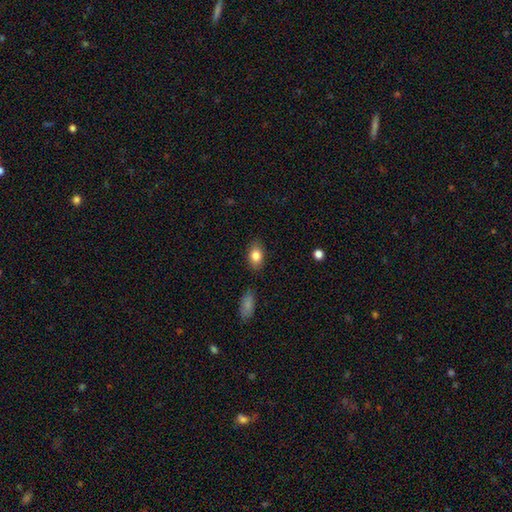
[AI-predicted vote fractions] Q: Smooth or featured?
A: smooth (83%); runner-up: featured or disk (9%)
Q: How rounded?
A: in between (85%); runner-up: round (13%)
Q: Merging?
A: none (84%); runner-up: minor disturbance (11%)